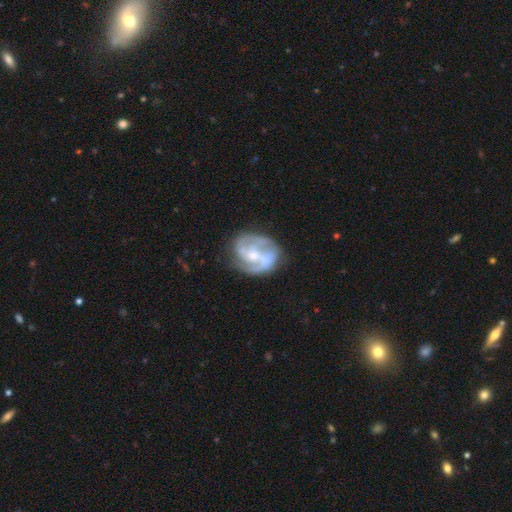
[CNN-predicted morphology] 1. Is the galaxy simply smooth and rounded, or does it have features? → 82% featured or disk, 12% smooth, 6% star or artifact.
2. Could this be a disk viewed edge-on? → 98% no, 2% yes.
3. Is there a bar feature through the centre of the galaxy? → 45% no, 40% weak, 15% strong.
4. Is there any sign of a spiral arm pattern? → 91% yes, 9% no.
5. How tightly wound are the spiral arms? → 49% medium, 32% tight, 20% loose.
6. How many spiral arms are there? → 55% 2, 22% 3, 13% can't tell, 4% 1, 3% 4, 3% more than 4.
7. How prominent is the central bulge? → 50% moderate, 42% small, 4% none, 3% large, 1% dominant.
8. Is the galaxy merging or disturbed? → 63% none, 21% minor disturbance, 11% major disturbance, 4% merger.